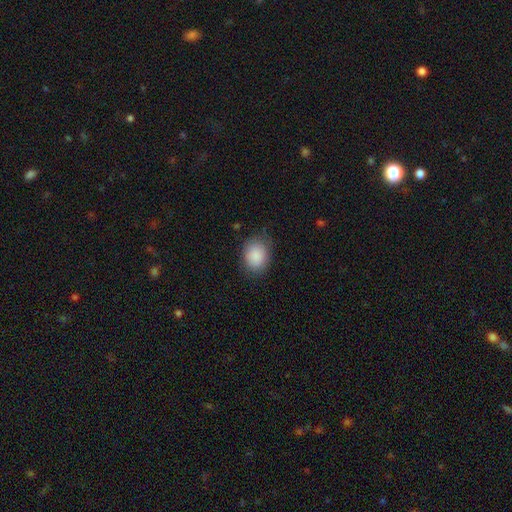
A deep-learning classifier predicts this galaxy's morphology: smooth-or-featured: smooth: 89% | star or artifact: 7% | featured or disk: 4%
  how-rounded: round: 52% | in between: 47% | cigar-shaped: 1%
  merging: none: 78% | minor disturbance: 16% | major disturbance: 4% | merger: 1%